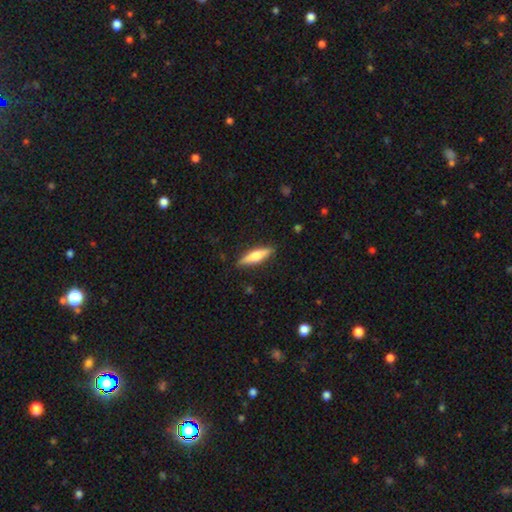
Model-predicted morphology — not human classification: Smooth or featured?
  - smooth: 55% *
  - featured or disk: 40%
  - star or artifact: 6%
How rounded?
  - cigar-shaped: 70% *
  - in between: 28%
  - round: 2%
Merging?
  - none: 88% *
  - minor disturbance: 9%
  - major disturbance: 2%
  - merger: 1%